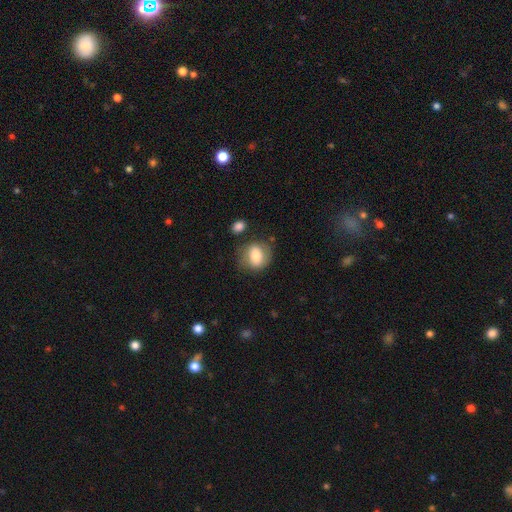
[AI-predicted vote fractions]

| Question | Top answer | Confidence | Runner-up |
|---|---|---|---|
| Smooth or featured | smooth | 74% | featured or disk (18%) |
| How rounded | round | 60% | in between (39%) |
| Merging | none | 69% | minor disturbance (19%) |